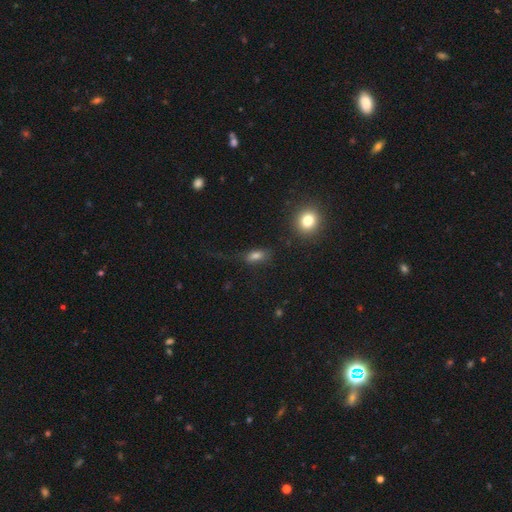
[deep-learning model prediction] smooth-or-featured: smooth: 75% | star or artifact: 13% | featured or disk: 12%
  how-rounded: in between: 78% | cigar-shaped: 12% | round: 10%
  merging: none: 60% | minor disturbance: 19% | major disturbance: 16% | merger: 5%